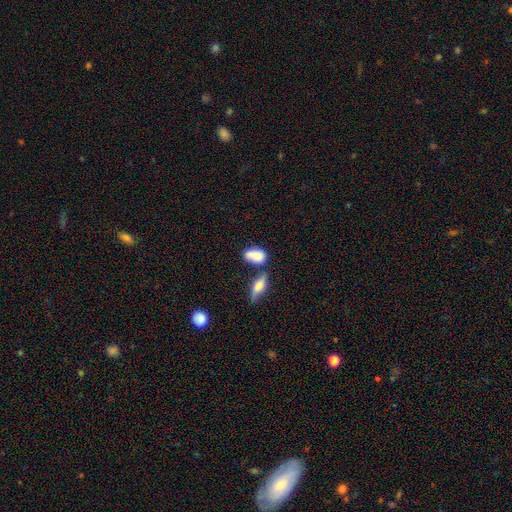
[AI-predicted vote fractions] Overall: smooth (81%). How rounded: in between (87%). Merging: none (37%; merger 36%).